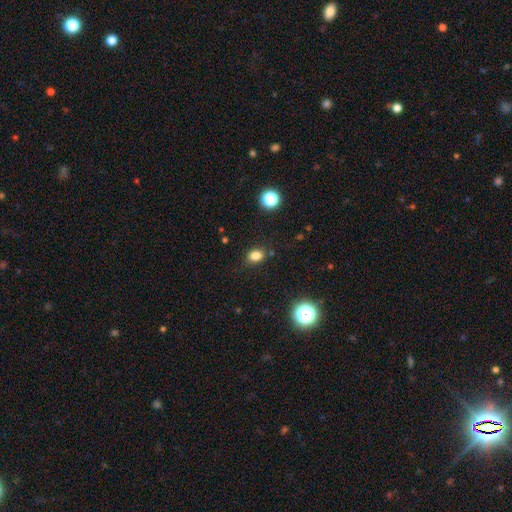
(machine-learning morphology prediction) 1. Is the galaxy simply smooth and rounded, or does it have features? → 81% smooth, 14% star or artifact, 6% featured or disk.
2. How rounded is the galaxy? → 69% in between, 30% round, 1% cigar-shaped.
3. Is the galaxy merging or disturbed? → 83% none, 11% minor disturbance, 3% major disturbance, 2% merger.